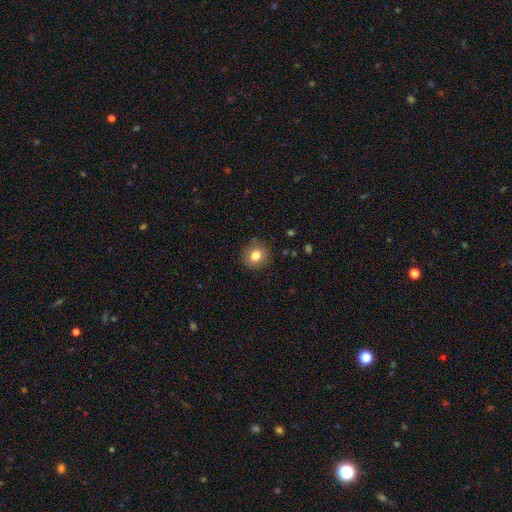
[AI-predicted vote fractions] smooth_or_featured: smooth (p=0.82) [alt: star or artifact p=0.10]
how_rounded: round (p=0.87) [alt: in between p=0.12]
merging: none (p=0.89) [alt: minor disturbance p=0.08]